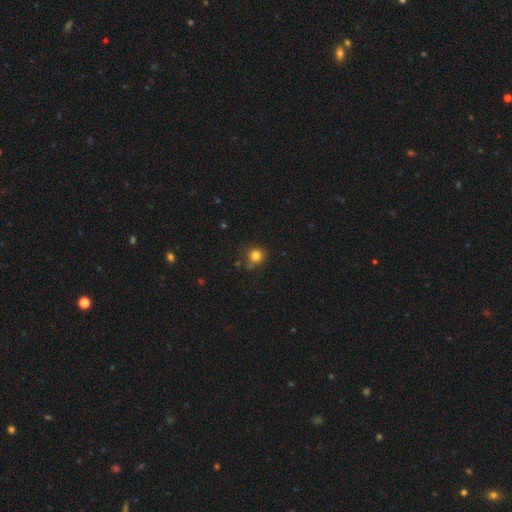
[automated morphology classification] This appears to be a smooth galaxy with no disk features (81%) that is round (90%). Merging: none (77%).